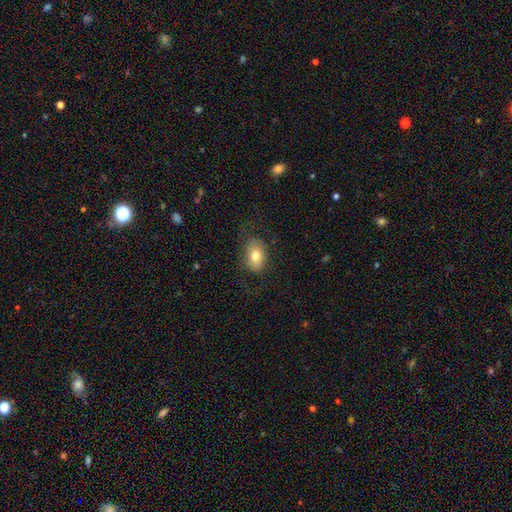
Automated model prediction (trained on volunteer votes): A smooth galaxy with no disk features (75%) that is in between round and cigar-shaped (80%).

Vote fractions:
- Smooth or featured? smooth: 75% / featured or disk: 17% / star or artifact: 8%
- How rounded? in between: 80% / round: 18% / cigar-shaped: 1%
- Merging? none: 72% / minor disturbance: 17% / major disturbance: 10% / merger: 1%